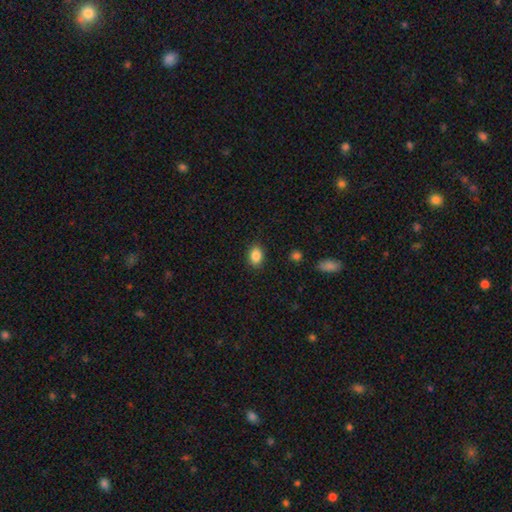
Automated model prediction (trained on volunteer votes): This appears to be a smooth galaxy with no disk features (87%) that is in between round and cigar-shaped (75%). Merging: none (88%).